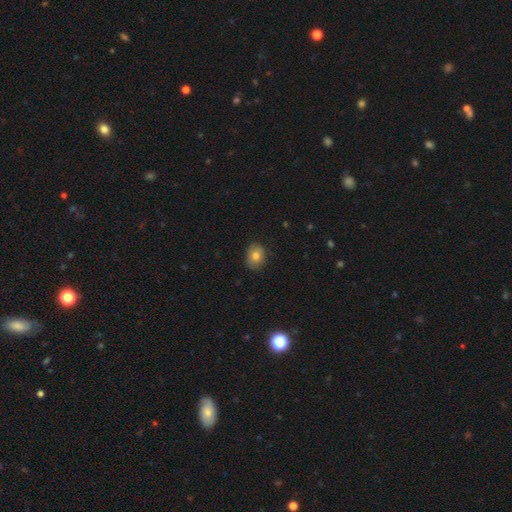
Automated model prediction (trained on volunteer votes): The model was most divided on "how rounded": in between: 52%, round: 47%, cigar-shaped: 1%. More confident: merging — none (84%); smooth or featured — smooth (79%).